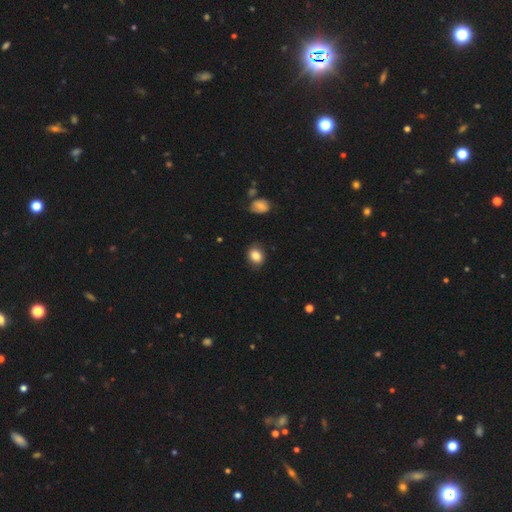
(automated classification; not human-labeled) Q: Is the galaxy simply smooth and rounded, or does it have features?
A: smooth — 85%.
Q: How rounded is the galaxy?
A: in between — 52%.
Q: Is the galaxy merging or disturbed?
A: none — 84%.